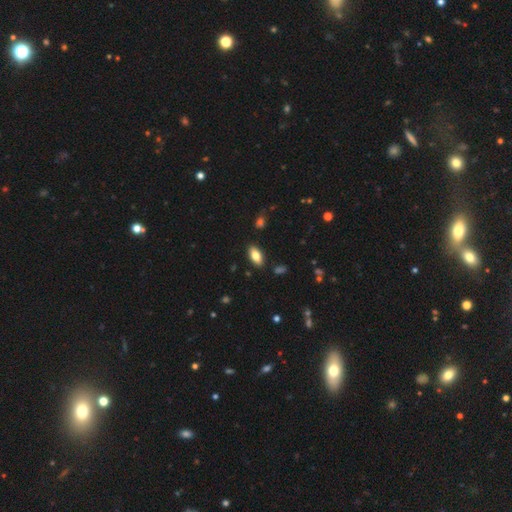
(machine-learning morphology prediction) Smooth or featured?
  - smooth: 79% *
  - featured or disk: 14%
  - star or artifact: 7%
How rounded?
  - in between: 89% *
  - cigar-shaped: 9%
  - round: 3%
Merging?
  - none: 88% *
  - minor disturbance: 9%
  - major disturbance: 2%
  - merger: 2%